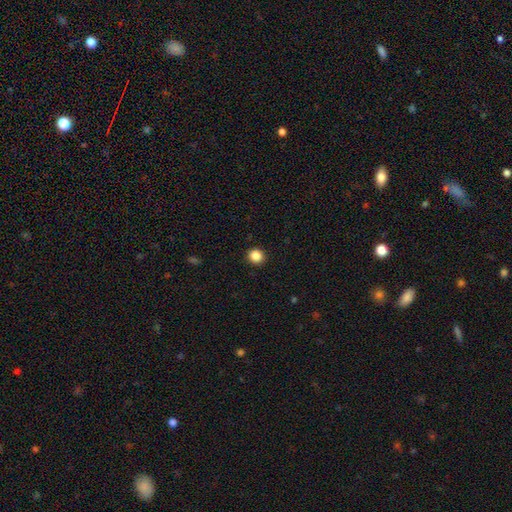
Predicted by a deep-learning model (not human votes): A smooth galaxy with no disk features (86%) that is round (88%).

Vote fractions:
- Smooth or featured? smooth: 86% / star or artifact: 10% / featured or disk: 3%
- How rounded? round: 88% / in between: 11% / cigar-shaped: 1%
- Merging? none: 92% / minor disturbance: 5% / major disturbance: 2% / merger: 1%